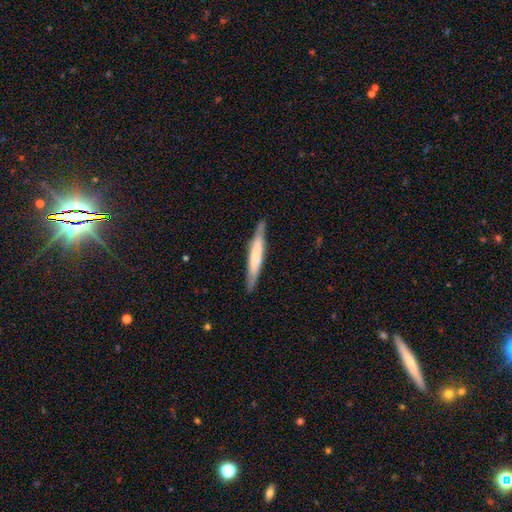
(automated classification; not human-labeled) Smooth or featured? smooth (53%)
How rounded? cigar-shaped (94%)
Merging? none (86%)